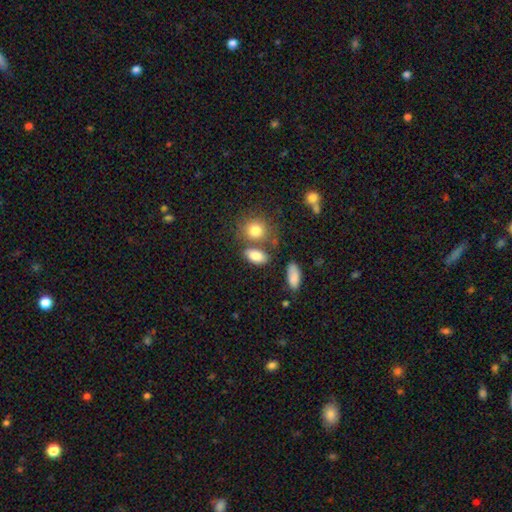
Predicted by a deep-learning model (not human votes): A smooth galaxy with no disk features (82%) that is in between round and cigar-shaped (84%).

Vote fractions:
- Smooth or featured? smooth: 82% / star or artifact: 9% / featured or disk: 8%
- How rounded? in between: 84% / round: 12% / cigar-shaped: 4%
- Merging? none: 63% / merger: 18% / minor disturbance: 14% / major disturbance: 5%